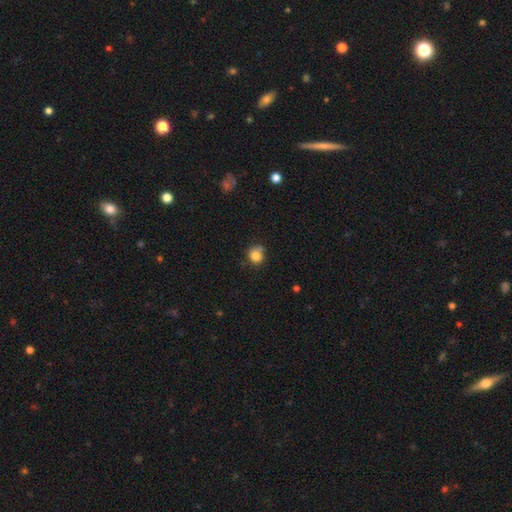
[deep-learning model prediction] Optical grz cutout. It shows a smooth galaxy with no disk features (81%) that is round (79%). Merging: none (59%).